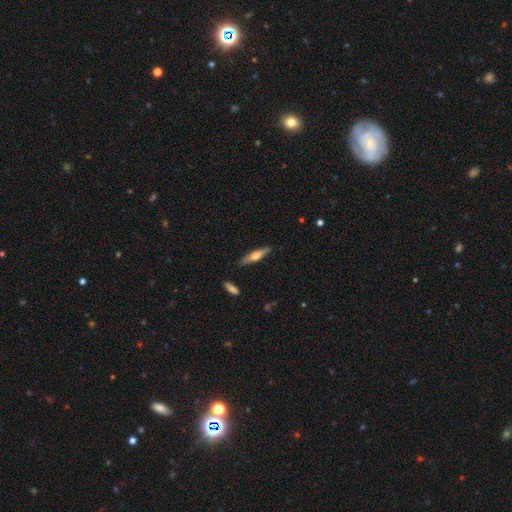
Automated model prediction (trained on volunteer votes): Q: Smooth or featured?
A: featured or disk (47%); tied with: smooth (47%)
Q: Merging?
A: none (86%); runner-up: minor disturbance (10%)